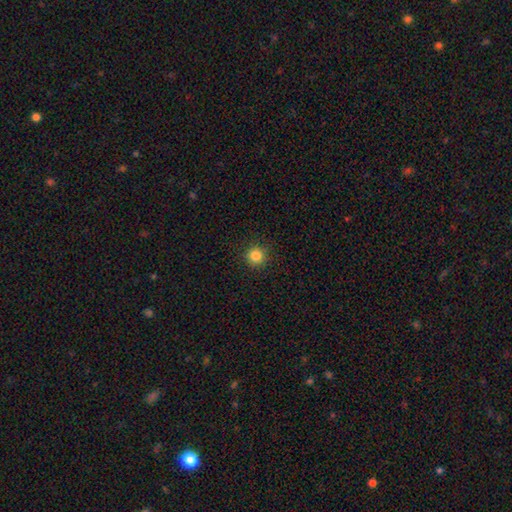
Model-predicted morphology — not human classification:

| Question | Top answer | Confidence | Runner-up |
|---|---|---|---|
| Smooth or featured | smooth | 83% | star or artifact (12%) |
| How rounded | round | 96% | in between (4%) |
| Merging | none | 92% | minor disturbance (5%) |